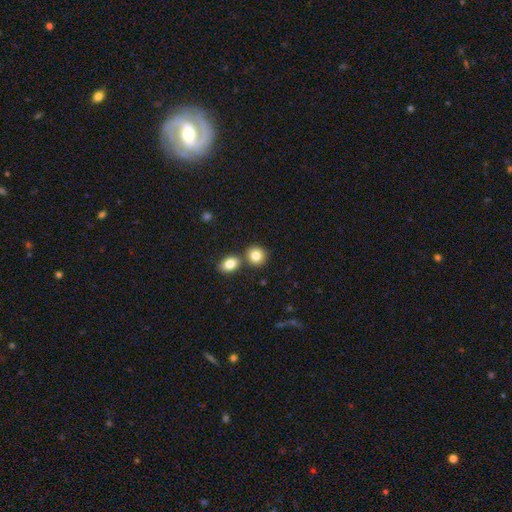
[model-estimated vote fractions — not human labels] Smooth or featured: smooth — 83% (star or artifact — 9%)
How rounded: round — 81% (in between — 18%)
Merging: none — 69% (merger — 21%)